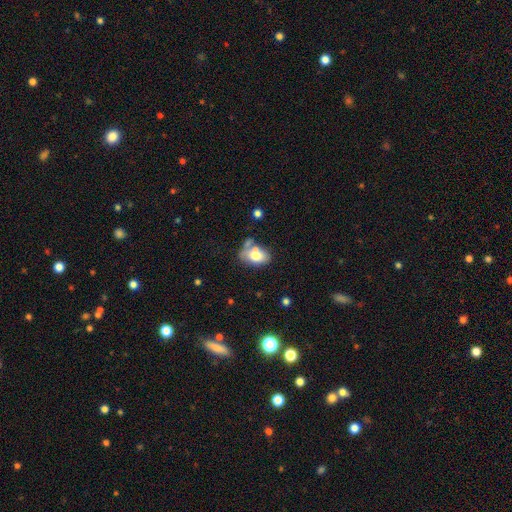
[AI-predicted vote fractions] smooth 72%, featured or disk 20%, star or artifact 8%. Down the decision tree: how rounded — in between (86%); merging — none (38%).